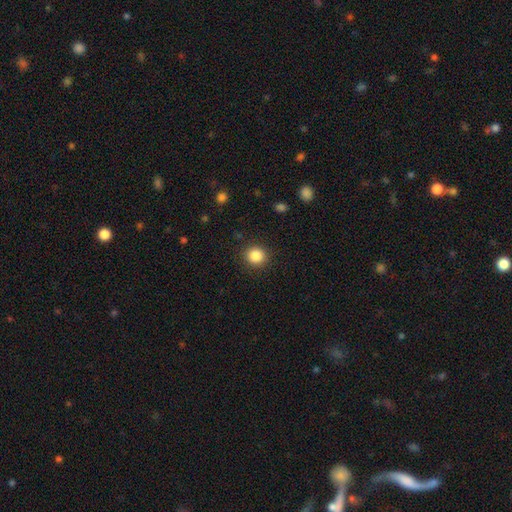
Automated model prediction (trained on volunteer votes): Smooth or featured?
  - smooth: 86% *
  - star or artifact: 10%
  - featured or disk: 4%
How rounded?
  - round: 91% *
  - in between: 9%
  - cigar-shaped: 1%
Merging?
  - none: 90% *
  - minor disturbance: 6%
  - major disturbance: 2%
  - merger: 1%